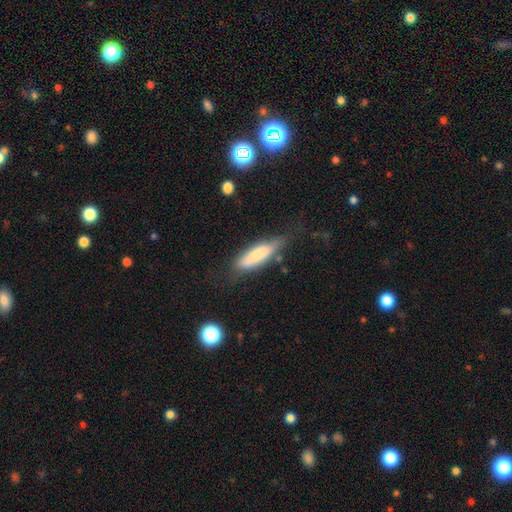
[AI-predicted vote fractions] Smooth or featured: smooth — 69% (featured or disk — 24%)
How rounded: cigar-shaped — 63% (in between — 36%)
Merging: none — 60% (minor disturbance — 26%)